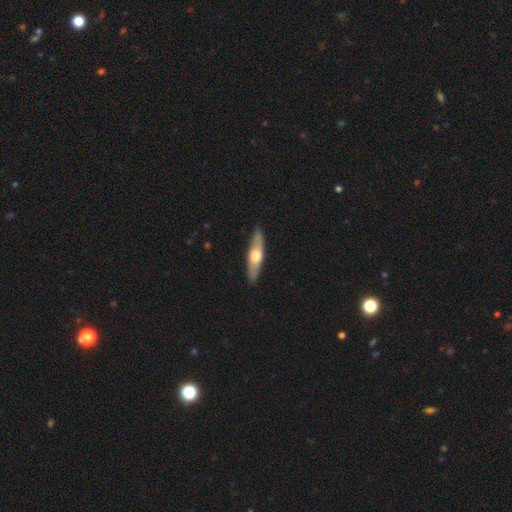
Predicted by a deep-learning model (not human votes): Q: Smooth or featured?
A: featured or disk (51%); runner-up: smooth (44%)
Q: Edge-on disk?
A: yes (85%); runner-up: no (15%)
Q: Merging?
A: none (89%); runner-up: minor disturbance (8%)